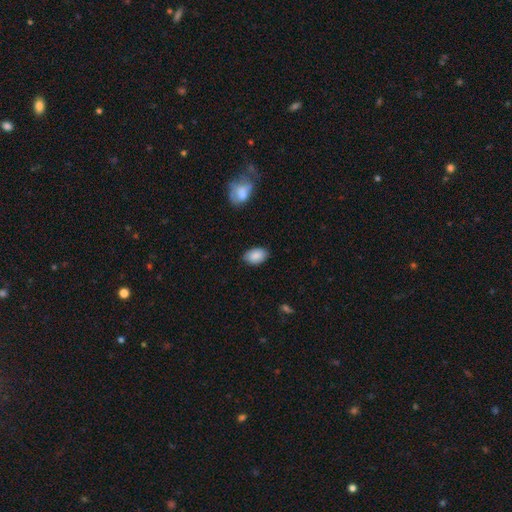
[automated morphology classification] smooth 87%, star or artifact 7%, featured or disk 6%. Down the decision tree: how rounded — in between (90%); merging — none (83%).